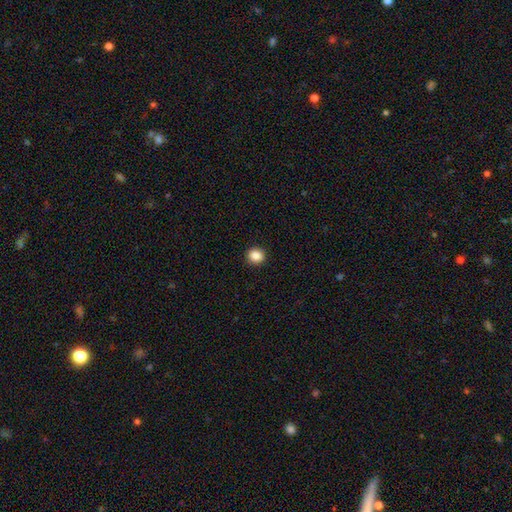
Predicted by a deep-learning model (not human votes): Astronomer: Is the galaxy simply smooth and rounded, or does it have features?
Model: smooth — 87%.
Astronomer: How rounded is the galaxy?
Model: round — 84%.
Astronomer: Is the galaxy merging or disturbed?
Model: none — 93%.